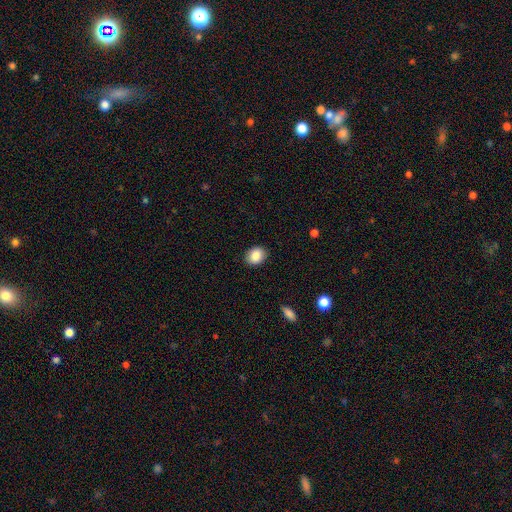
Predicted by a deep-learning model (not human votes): Morphology: type=smooth (87%); roundness=in between (52%); merging=none (89%).